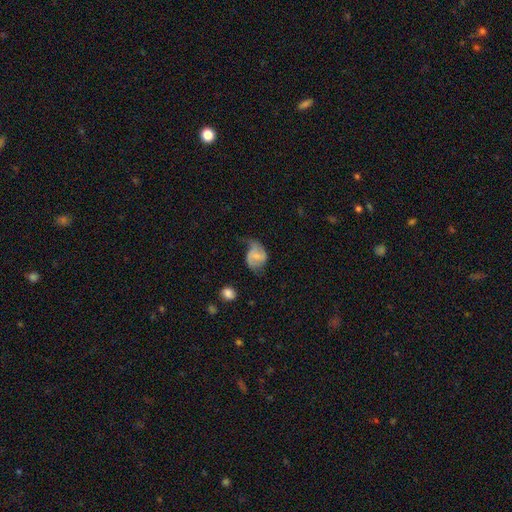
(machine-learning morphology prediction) type=featured or disk (58%); edge-on=no (97%); bar=weak (47%); spiral arms=yes (84%); bulge=small (43%); merging=none (40%).